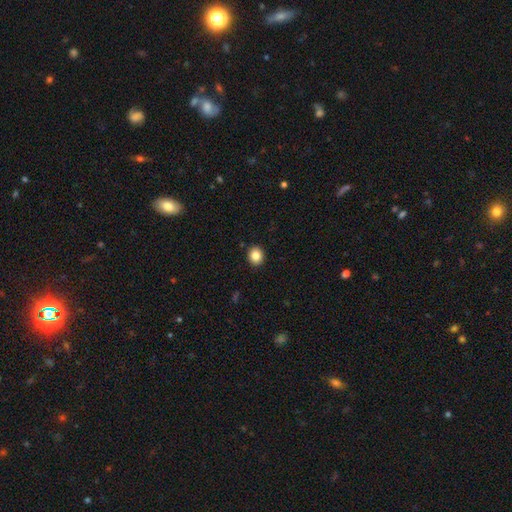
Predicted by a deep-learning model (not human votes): Smooth or featured? Predicted: smooth (p=0.85). How rounded? Predicted: round (p=0.74). Merging? Predicted: none (p=0.92).